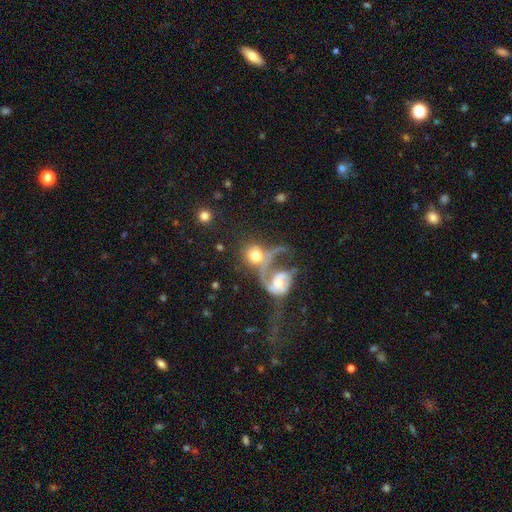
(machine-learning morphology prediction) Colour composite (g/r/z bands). It shows a smooth galaxy with no disk features (59%) that is round (77%). Merging: merger (60%).